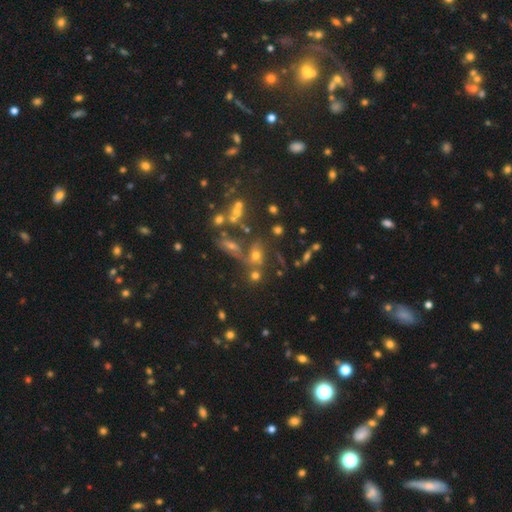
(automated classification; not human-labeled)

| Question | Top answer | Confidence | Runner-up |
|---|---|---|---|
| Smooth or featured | smooth | 42% | star or artifact (34%) |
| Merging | none | 49% | merger (28%) |